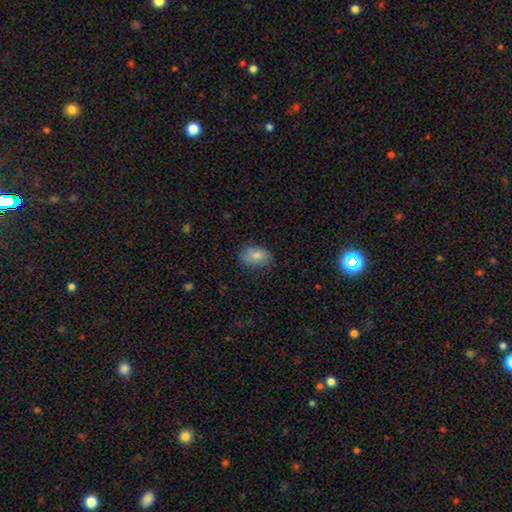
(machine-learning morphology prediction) Smooth or featured? smooth (81%)
How rounded? in between (83%)
Merging? none (76%)